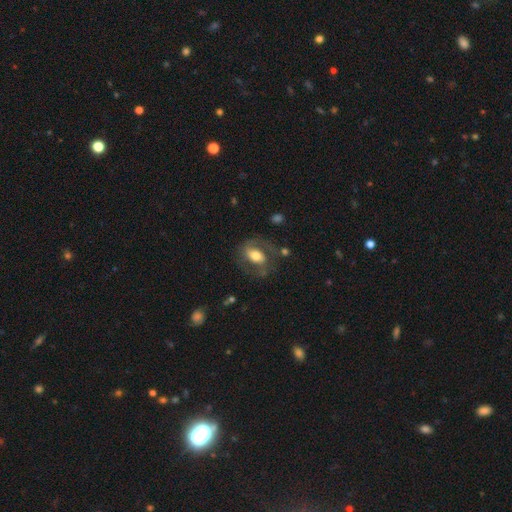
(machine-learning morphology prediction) A featured or disk galaxy (47%).

Vote fractions:
- Smooth or featured? featured or disk: 47% / smooth: 45% / star or artifact: 8%
- Merging? none: 61% / minor disturbance: 20% / major disturbance: 16% / merger: 3%